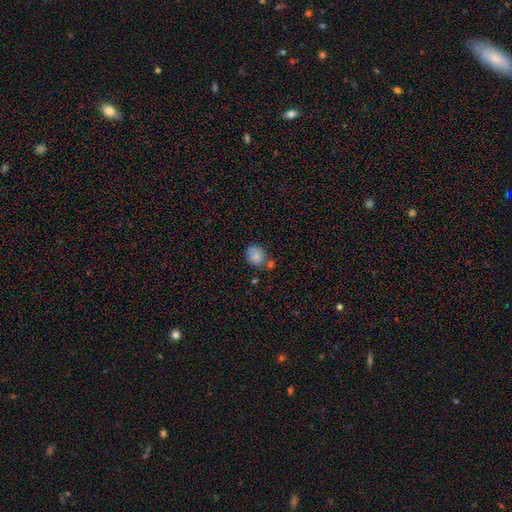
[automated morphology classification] A smooth galaxy with no disk features (83%) that is round (66%). Merging: none (58%).